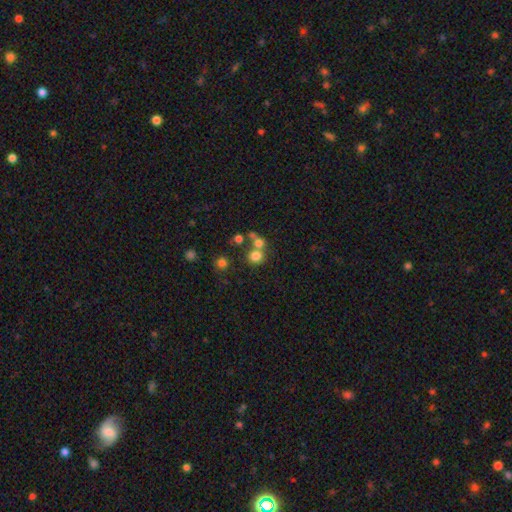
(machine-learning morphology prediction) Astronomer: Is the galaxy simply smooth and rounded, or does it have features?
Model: smooth — 74%.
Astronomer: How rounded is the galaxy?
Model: round — 79%.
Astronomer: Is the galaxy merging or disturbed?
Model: none — 50% (runner-up: merger, 37%).